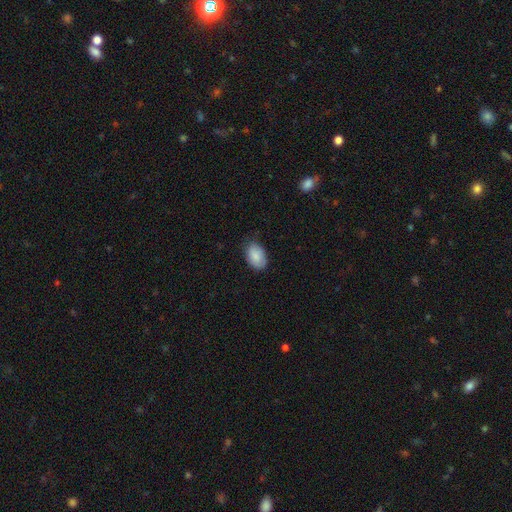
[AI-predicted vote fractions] smooth_or_featured: smooth (p=0.87) [alt: featured or disk p=0.06]
how_rounded: in between (p=0.89) [alt: round p=0.09]
merging: none (p=0.77) [alt: minor disturbance p=0.19]